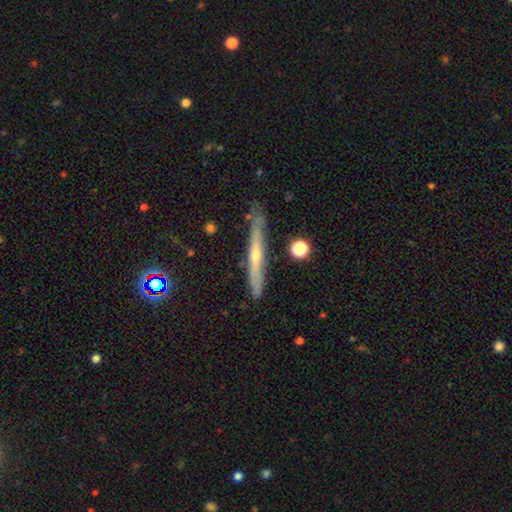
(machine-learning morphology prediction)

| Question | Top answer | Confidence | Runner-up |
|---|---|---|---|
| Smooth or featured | featured or disk | 62% | smooth (31%) |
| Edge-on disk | yes | 93% | no (7%) |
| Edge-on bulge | rounded | 68% | none (29%) |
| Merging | none | 80% | minor disturbance (15%) |